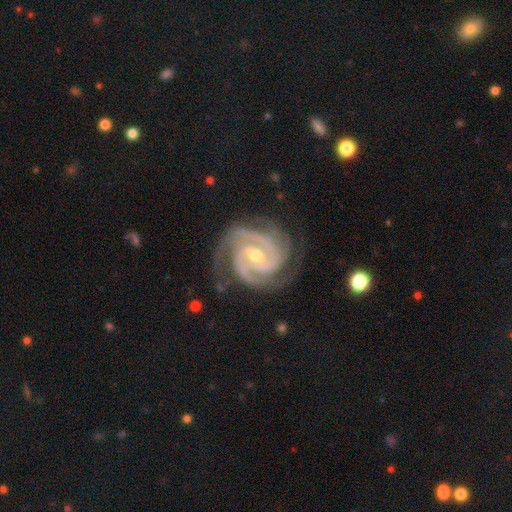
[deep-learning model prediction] A featured or disk galaxy (94%) with a weak bar (45%), 3 (47%) tight (66%) spiral arms (99%) and a moderate central bulge (52%). Merging: none (77%).